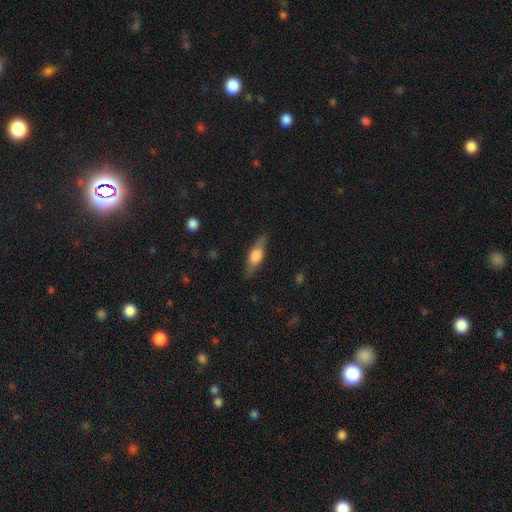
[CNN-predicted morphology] type=smooth (53%); roundness=in between (48%, tied with cigar-shaped); merging=none (82%).